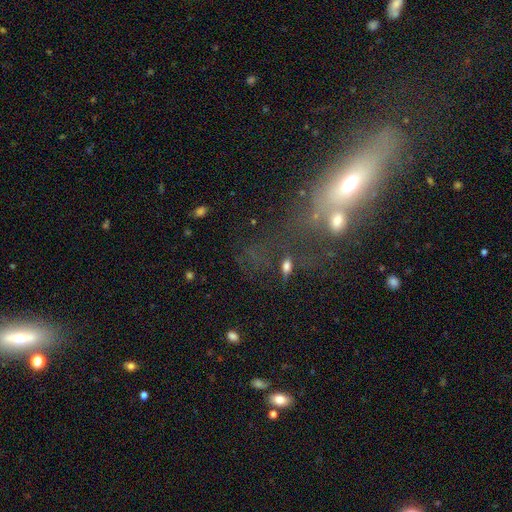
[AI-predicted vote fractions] smooth-or-featured: smooth: 41% | star or artifact: 31% | featured or disk: 29%
  merging: none: 36% | merger: 29% | major disturbance: 20% | minor disturbance: 14%